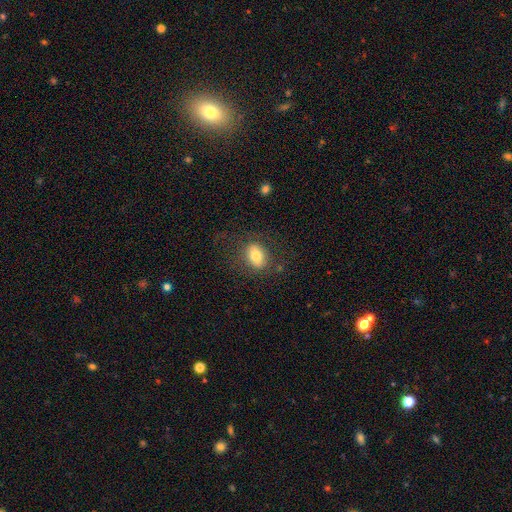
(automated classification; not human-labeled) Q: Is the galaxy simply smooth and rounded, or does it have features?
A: smooth — 75%.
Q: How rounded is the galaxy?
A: in between — 69%.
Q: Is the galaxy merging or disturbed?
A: none — 75%.